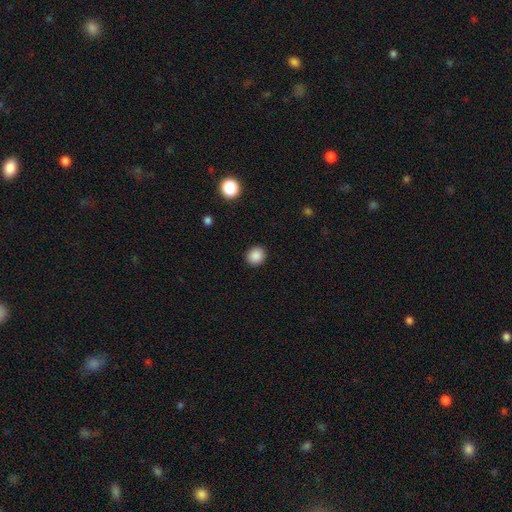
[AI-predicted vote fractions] This appears to be a smooth galaxy with no disk features (88%) that is round (79%). Merging: none (91%).